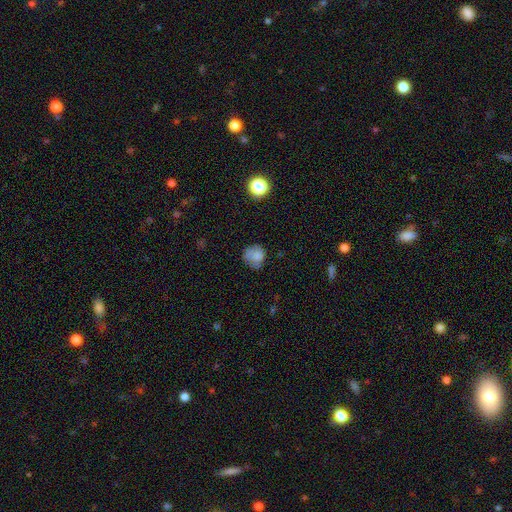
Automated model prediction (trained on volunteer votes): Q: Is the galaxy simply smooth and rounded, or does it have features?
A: smooth — 77%.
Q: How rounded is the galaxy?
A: round — 78%.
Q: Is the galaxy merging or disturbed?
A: none — 53%.